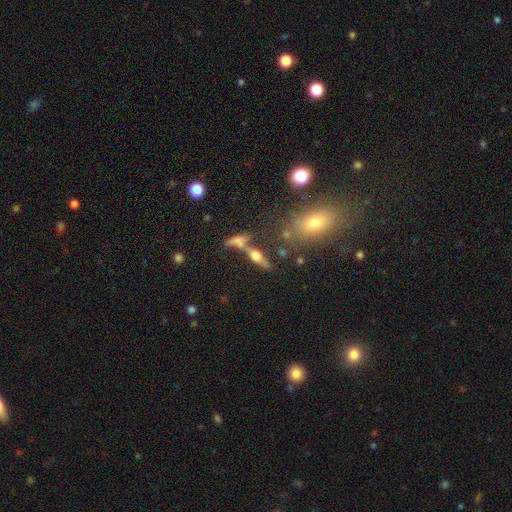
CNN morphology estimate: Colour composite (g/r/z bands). It shows a featured or disk galaxy (51%) viewed edge-on (85%). Merging: none (56%).